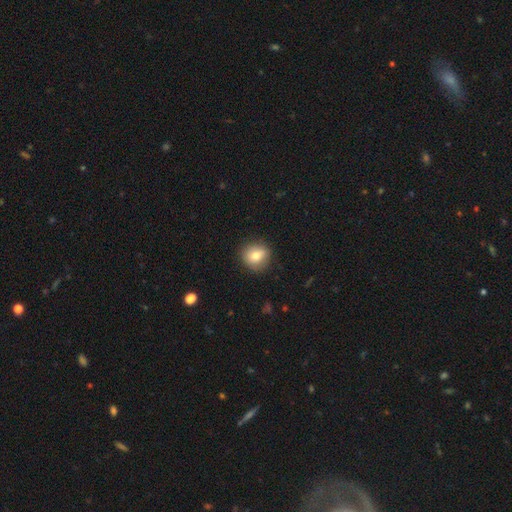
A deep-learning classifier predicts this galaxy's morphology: A smooth galaxy with no disk features (75%) that is round (84%). Merging: none (85%).